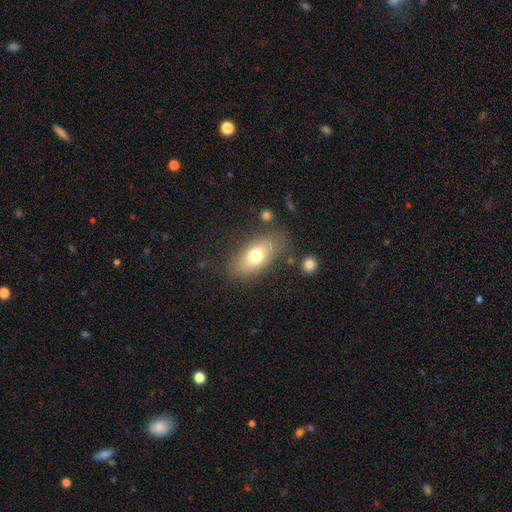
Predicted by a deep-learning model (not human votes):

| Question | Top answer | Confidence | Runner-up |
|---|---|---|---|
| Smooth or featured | smooth | 72% | featured or disk (20%) |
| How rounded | in between | 86% | cigar-shaped (8%) |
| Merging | none | 77% | minor disturbance (14%) |